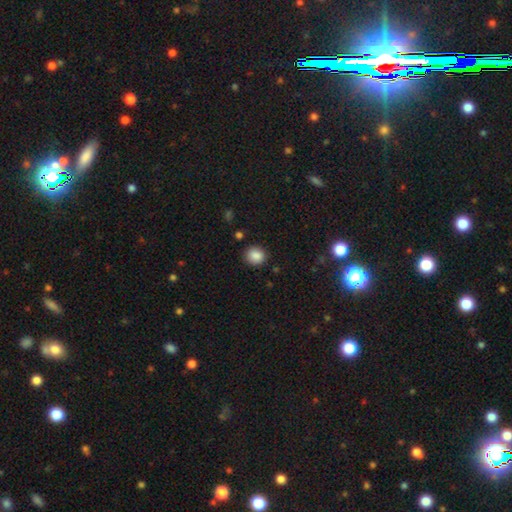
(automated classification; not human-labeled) A smooth galaxy with no disk features (87%) that is round (79%).

Vote fractions:
- Smooth or featured? smooth: 87% / star or artifact: 9% / featured or disk: 4%
- How rounded? round: 79% / in between: 20% / cigar-shaped: 1%
- Merging? none: 87% / minor disturbance: 9% / major disturbance: 2% / merger: 2%